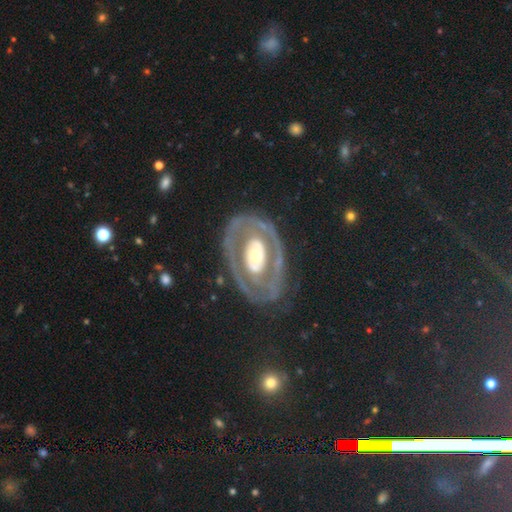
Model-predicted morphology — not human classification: Smooth or featured? featured or disk (78%)
Edge-on disk? no (94%)
Bar? no (77%)
Spiral arms? no (55%)
Bulge size? moderate (57%)
Merging? none (69%)